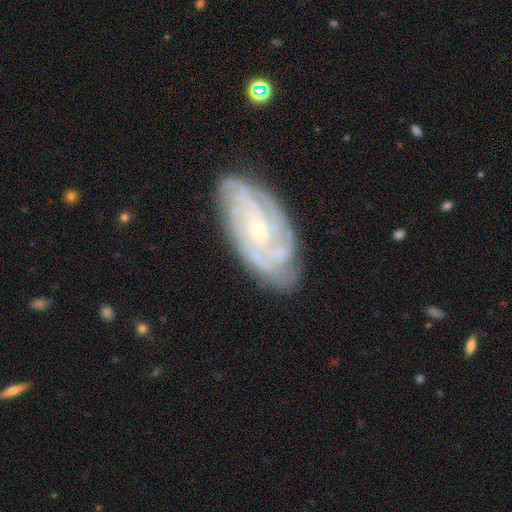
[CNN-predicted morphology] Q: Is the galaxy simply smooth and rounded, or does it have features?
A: featured or disk — 82%.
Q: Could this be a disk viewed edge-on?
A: no — 94%.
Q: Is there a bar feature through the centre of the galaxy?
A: no — 65%.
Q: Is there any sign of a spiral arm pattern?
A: yes — 94%.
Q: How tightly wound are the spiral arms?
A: tight — 67%.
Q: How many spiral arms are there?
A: can't tell — 33%.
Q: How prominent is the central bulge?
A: small — 70%.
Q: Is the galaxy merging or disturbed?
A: none — 75%.